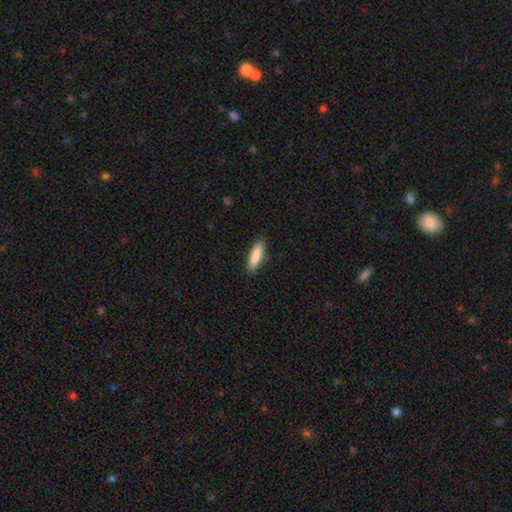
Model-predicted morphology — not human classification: A smooth galaxy with no disk features (86%) that is cigar-shaped (57%). Merging: none (87%).